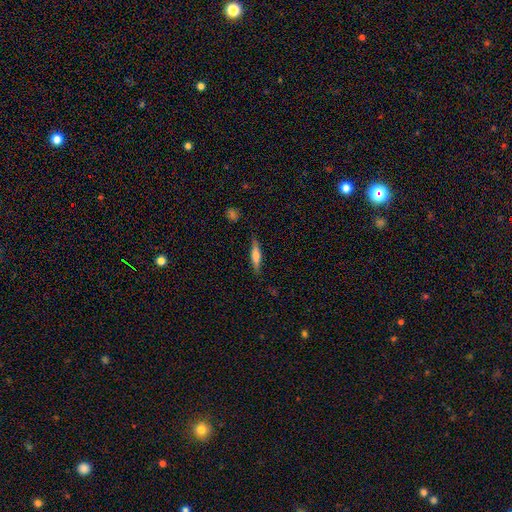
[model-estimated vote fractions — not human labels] This appears to be a smooth galaxy with no disk features (54%) that is cigar-shaped (78%). Merging: none (82%).